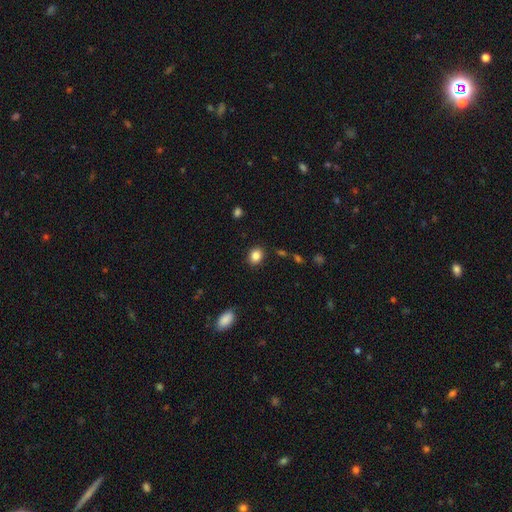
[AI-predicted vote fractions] smooth-or-featured: smooth: 85% | star or artifact: 10% | featured or disk: 5%
  how-rounded: round: 56% | in between: 43% | cigar-shaped: 1%
  merging: none: 87% | minor disturbance: 9% | major disturbance: 2% | merger: 1%